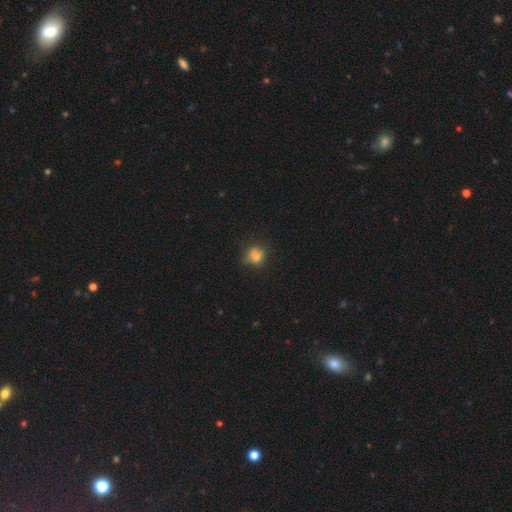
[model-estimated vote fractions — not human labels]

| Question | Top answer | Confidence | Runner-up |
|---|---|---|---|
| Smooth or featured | smooth | 77% | star or artifact (13%) |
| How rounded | round | 71% | in between (27%) |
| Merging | none | 63% | minor disturbance (25%) |